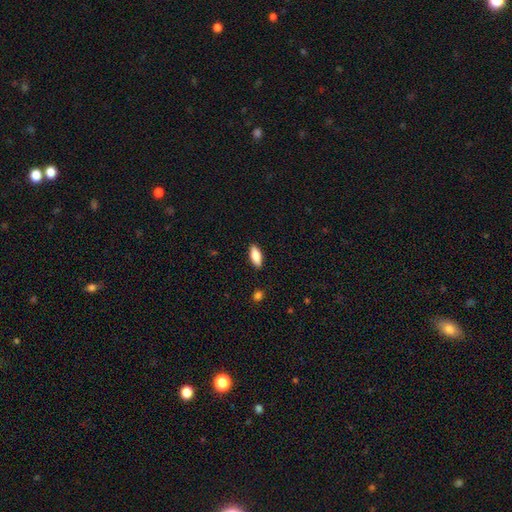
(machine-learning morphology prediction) This is clearly a smooth galaxy (83%). How rounded: likely in between (76%). Merging: clearly none (89%).